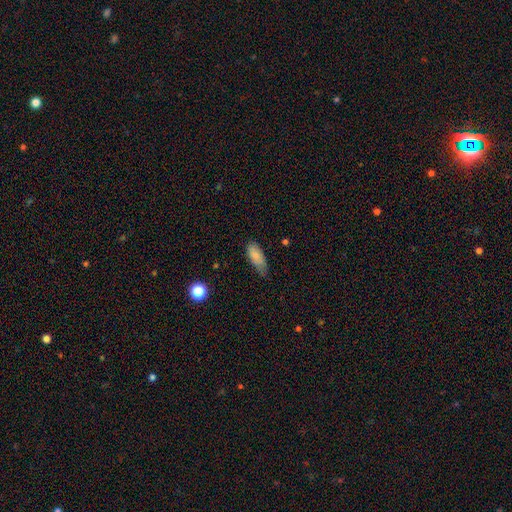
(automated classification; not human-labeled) smooth 82%, featured or disk 11%, star or artifact 7%. Down the decision tree: how rounded — in between (82%); merging — none (56%).